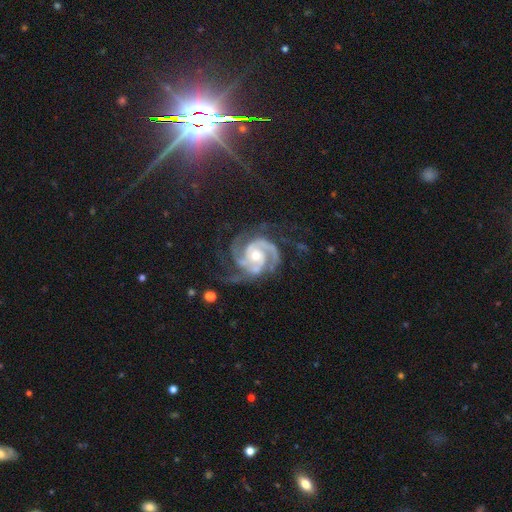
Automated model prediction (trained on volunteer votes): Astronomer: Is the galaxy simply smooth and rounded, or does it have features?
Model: featured or disk — 93%.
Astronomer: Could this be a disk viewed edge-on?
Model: no — 98%.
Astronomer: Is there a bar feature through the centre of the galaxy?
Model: no — 66%.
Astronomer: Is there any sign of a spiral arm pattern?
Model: yes — 98%.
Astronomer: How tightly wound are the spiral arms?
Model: tight — 54% (runner-up: medium, 39%).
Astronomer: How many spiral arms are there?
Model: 3 — 48% (runner-up: 2, 25%).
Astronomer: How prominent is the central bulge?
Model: moderate — 58% (runner-up: small, 37%).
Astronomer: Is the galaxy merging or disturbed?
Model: none — 63%.